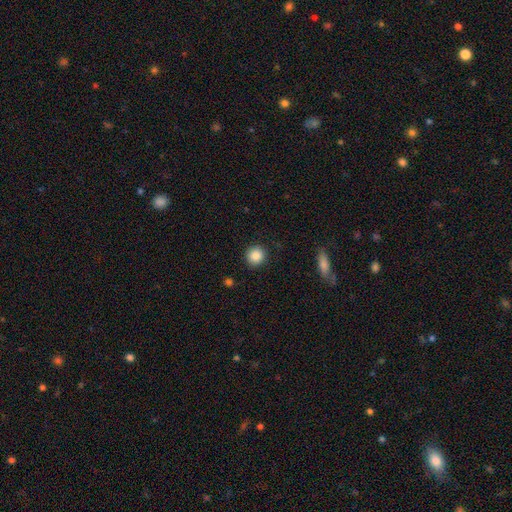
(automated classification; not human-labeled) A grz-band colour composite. It shows a smooth galaxy with no disk features (88%) that is round (91%). Merging: none (91%).